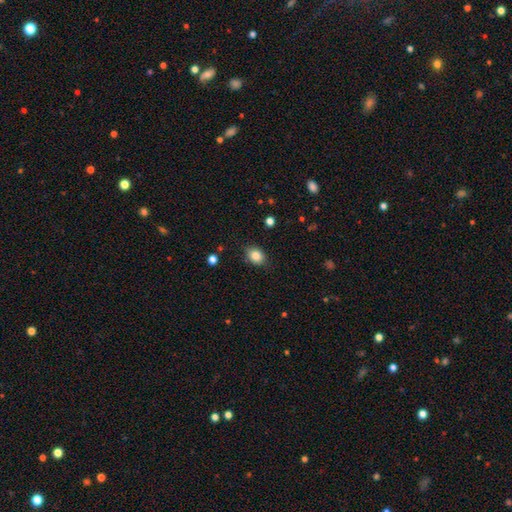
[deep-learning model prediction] Smooth or featured?
  - smooth: 84% *
  - star or artifact: 9%
  - featured or disk: 7%
How rounded?
  - in between: 60% *
  - round: 39%
  - cigar-shaped: 1%
Merging?
  - none: 82% *
  - minor disturbance: 14%
  - major disturbance: 3%
  - merger: 1%